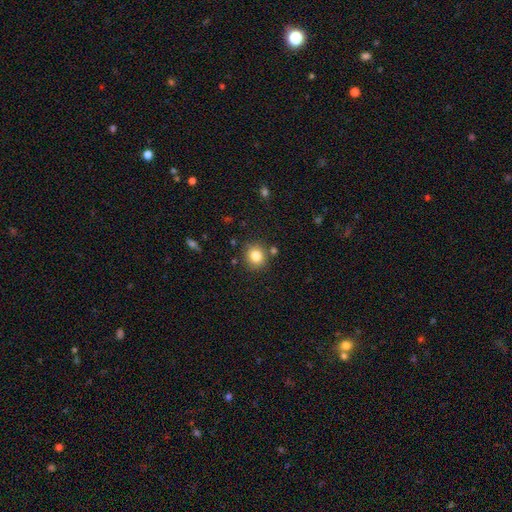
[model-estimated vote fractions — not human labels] The model was most divided on "how rounded": round: 83%, in between: 16%, cigar-shaped: 1%. More confident: merging — none (82%); smooth or featured — smooth (82%).